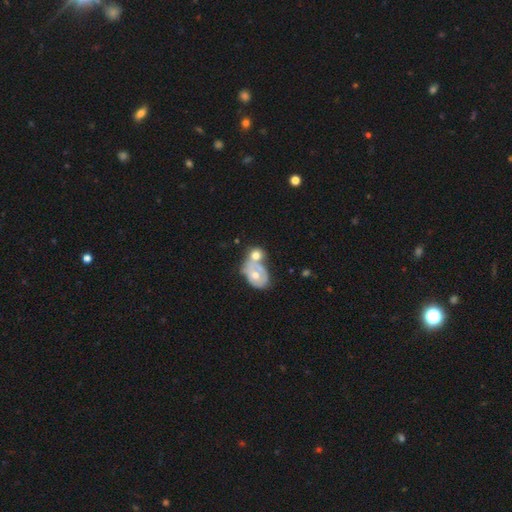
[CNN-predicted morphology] This appears to be a smooth galaxy with no disk features (52%) that is in between round and cigar-shaped (52%). Merging: merger (63%).